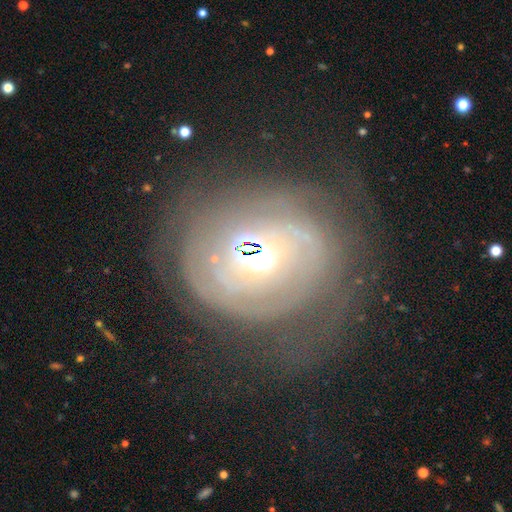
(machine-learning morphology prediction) A featured or disk galaxy (73%) with no bar (73%), spiral arms (71%) and a moderate central bulge (58%).

Vote fractions:
- Smooth or featured? featured or disk: 73% / smooth: 17% / star or artifact: 10%
- Edge-on disk? no: 96% / yes: 4%
- Bar? no: 73% / weak: 20% / strong: 7%
- Spiral arms? yes: 71% / no: 29%
- Bulge size? moderate: 58% / small: 25% / large: 13% / dominant: 3% / none: 2%
- Merging? none: 52% / major disturbance: 24% / minor disturbance: 21% / merger: 4%